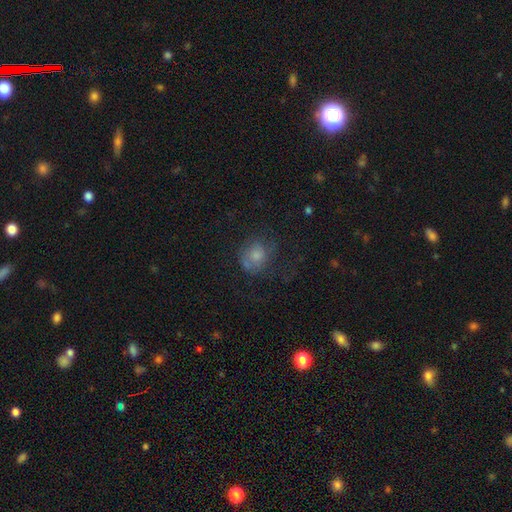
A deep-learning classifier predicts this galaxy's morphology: Smooth or featured? smooth (62%)
How rounded? round (71%)
Merging? none (52%)